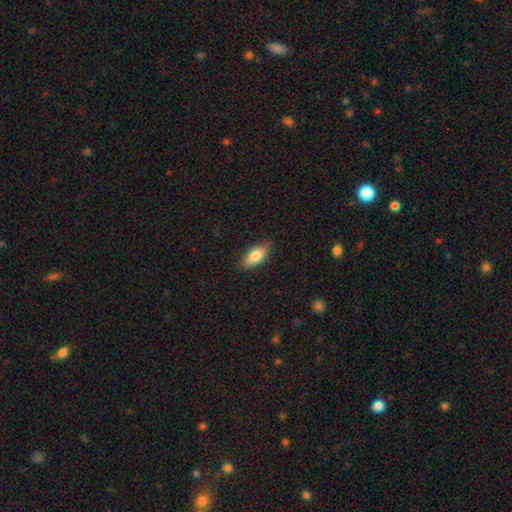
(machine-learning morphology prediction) A smooth galaxy with no disk features (79%) that is in between round and cigar-shaped (83%).

Vote fractions:
- Smooth or featured? smooth: 79% / featured or disk: 15% / star or artifact: 6%
- How rounded? in between: 83% / cigar-shaped: 14% / round: 3%
- Merging? none: 87% / minor disturbance: 10% / major disturbance: 2% / merger: 1%